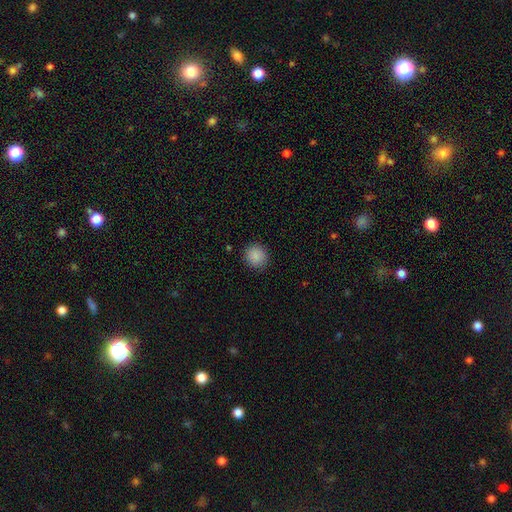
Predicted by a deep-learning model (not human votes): A smooth galaxy with no disk features (88%) that is round (89%). Merging: none (90%).